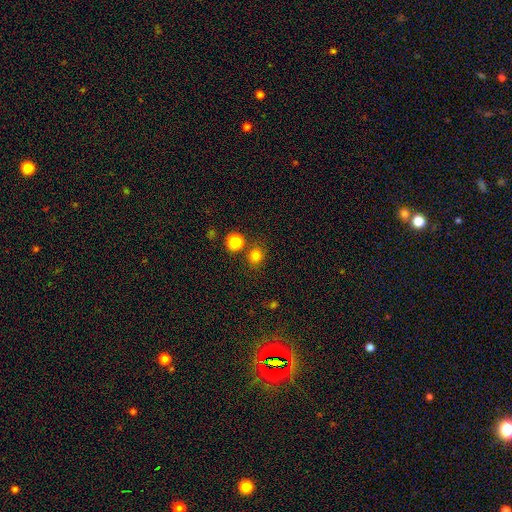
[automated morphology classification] Q: Smooth or featured?
A: smooth (80%); runner-up: star or artifact (15%)
Q: How rounded?
A: round (80%); runner-up: in between (19%)
Q: Merging?
A: none (75%); runner-up: merger (13%)